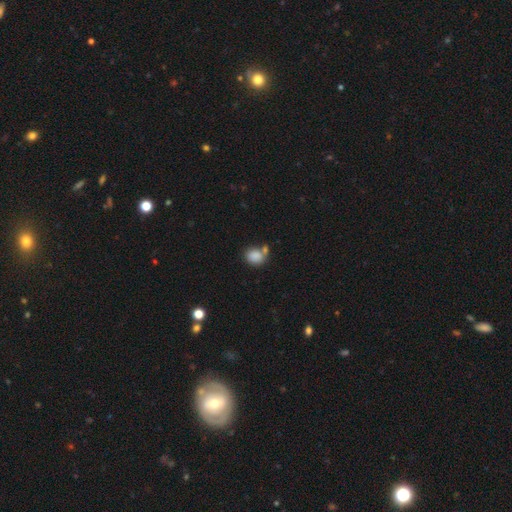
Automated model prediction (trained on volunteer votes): Morphology: type=smooth (85%); roundness=round (59%); merging=none (51%).